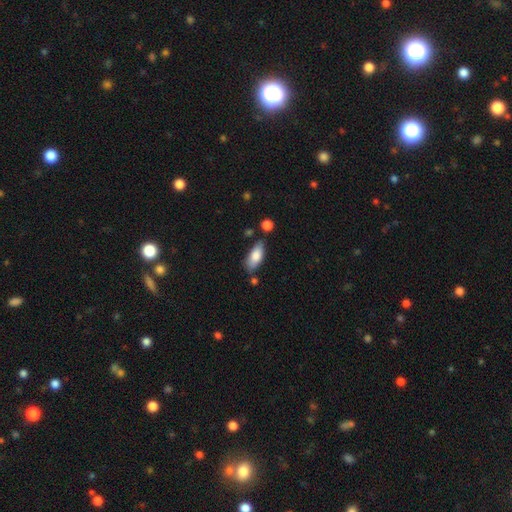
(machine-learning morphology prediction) Smooth or featured? Predicted: smooth (p=0.80). How rounded? Predicted: in between (p=0.82). Merging? Predicted: none (p=0.71).